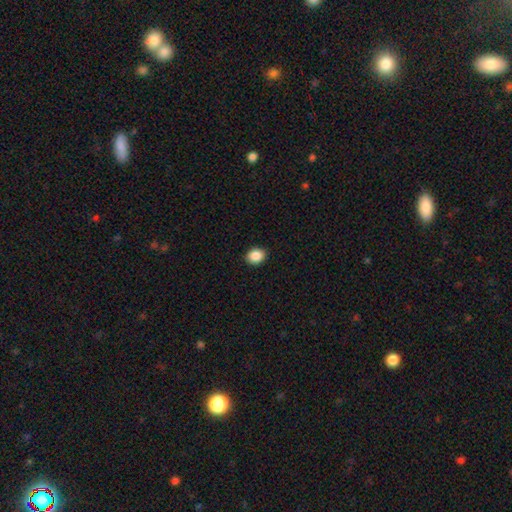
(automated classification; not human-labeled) Q: Smooth or featured?
A: smooth (88%); runner-up: star or artifact (9%)
Q: How rounded?
A: round (55%); runner-up: in between (44%)
Q: Merging?
A: none (91%); runner-up: minor disturbance (6%)